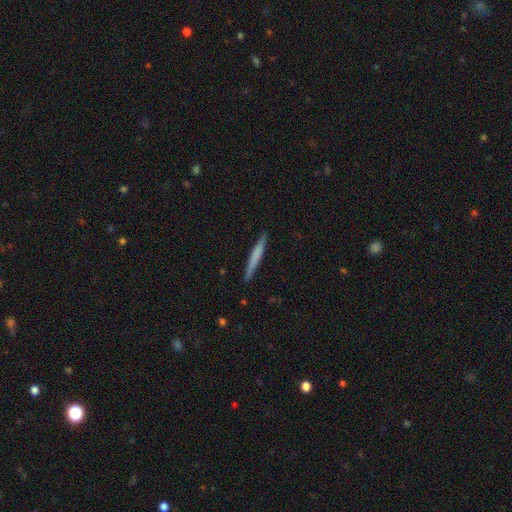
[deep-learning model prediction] A smooth galaxy with no disk features (65%) that is cigar-shaped (96%).

Vote fractions:
- Smooth or featured? smooth: 65% / featured or disk: 30% / star or artifact: 5%
- How rounded? cigar-shaped: 96% / in between: 2% / round: 1%
- Merging? none: 90% / minor disturbance: 7% / major disturbance: 1% / merger: 1%